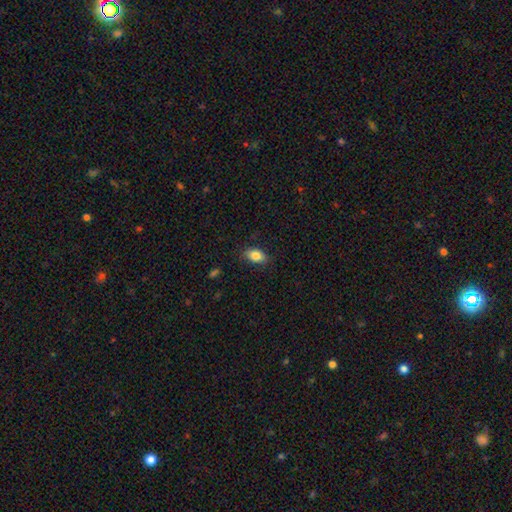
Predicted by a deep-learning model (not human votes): A smooth galaxy with no disk features (83%) that is in between round and cigar-shaped (87%). Merging: none (81%).